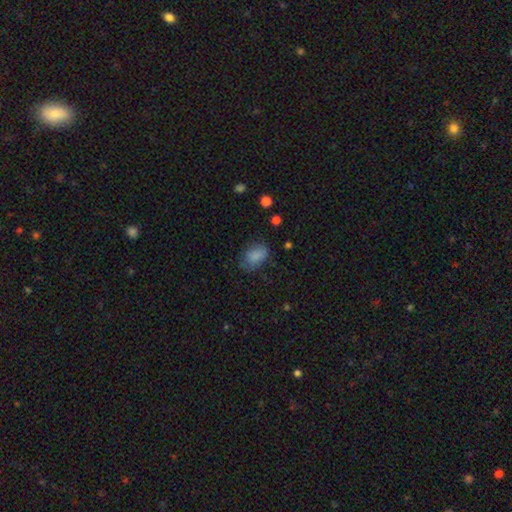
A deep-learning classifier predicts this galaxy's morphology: Smooth or featured?
  - smooth: 82% *
  - star or artifact: 11%
  - featured or disk: 8%
How rounded?
  - in between: 82% *
  - round: 16%
  - cigar-shaped: 1%
Merging?
  - none: 63% *
  - minor disturbance: 25%
  - major disturbance: 10%
  - merger: 2%